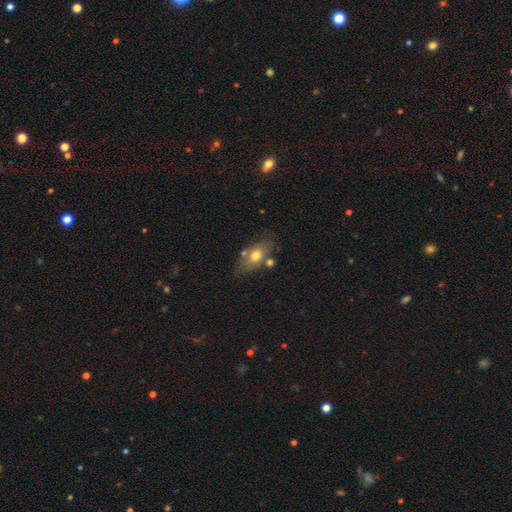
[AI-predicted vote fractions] Smooth or featured?
  - smooth: 67% *
  - featured or disk: 26%
  - star or artifact: 8%
How rounded?
  - in between: 84% *
  - round: 10%
  - cigar-shaped: 6%
Merging?
  - none: 66% *
  - minor disturbance: 17%
  - merger: 13%
  - major disturbance: 5%